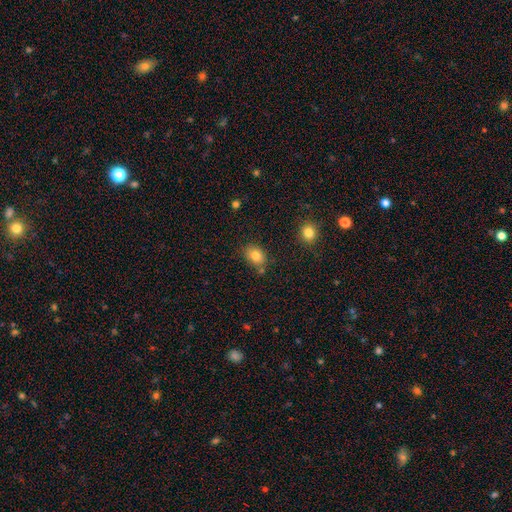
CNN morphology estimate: Smooth or featured? smooth (81%)
How rounded? in between (62%)
Merging? none (74%)